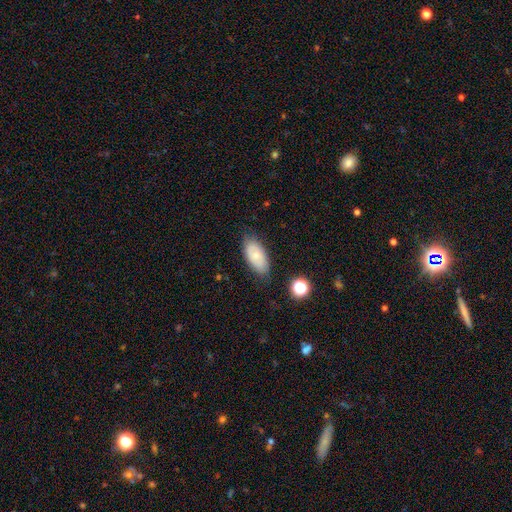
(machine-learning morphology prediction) Q: Smooth or featured?
A: smooth (63%); runner-up: featured or disk (29%)
Q: How rounded?
A: in between (92%); runner-up: cigar-shaped (4%)
Q: Merging?
A: none (76%); runner-up: minor disturbance (18%)